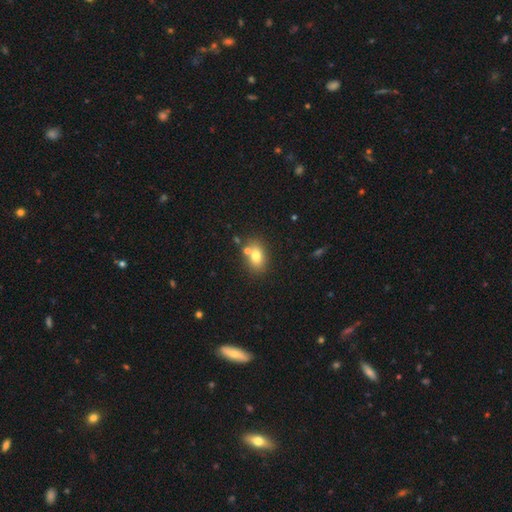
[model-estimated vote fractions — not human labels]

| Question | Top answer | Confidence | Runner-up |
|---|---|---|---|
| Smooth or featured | smooth | 76% | featured or disk (13%) |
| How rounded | in between | 77% | round (21%) |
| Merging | none | 68% | merger (16%) |